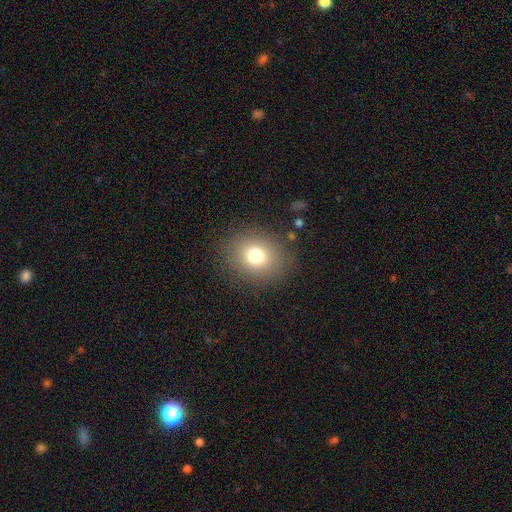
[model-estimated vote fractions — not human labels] smooth-or-featured: smooth: 76% | star or artifact: 14% | featured or disk: 10%
  how-rounded: round: 68% | in between: 31% | cigar-shaped: 1%
  merging: none: 86% | minor disturbance: 9% | major disturbance: 4% | merger: 1%